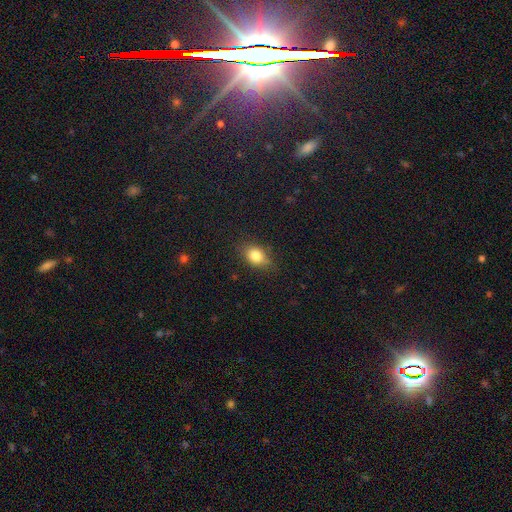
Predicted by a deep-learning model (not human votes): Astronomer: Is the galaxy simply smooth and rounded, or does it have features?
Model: smooth — 82%.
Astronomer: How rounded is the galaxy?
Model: in between — 69%.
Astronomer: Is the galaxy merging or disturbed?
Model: none — 76%.